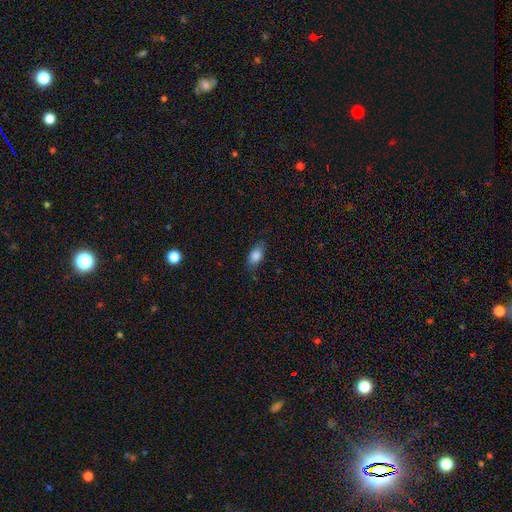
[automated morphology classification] Overall: smooth (82%). How rounded: in between (86%). Merging: none (76%).